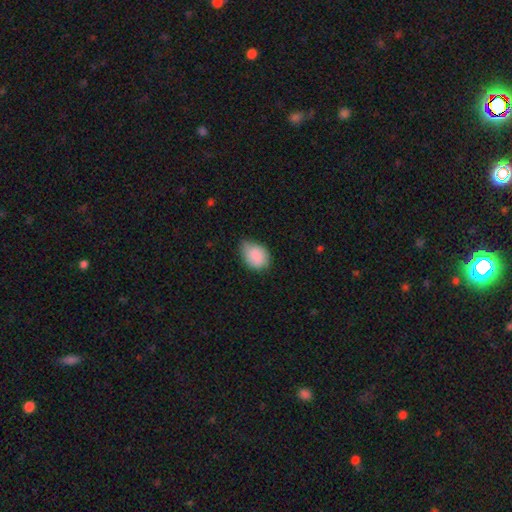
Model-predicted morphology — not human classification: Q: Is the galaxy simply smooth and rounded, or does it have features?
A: smooth — 88%.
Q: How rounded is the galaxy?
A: in between — 79%.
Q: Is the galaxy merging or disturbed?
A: none — 53%.